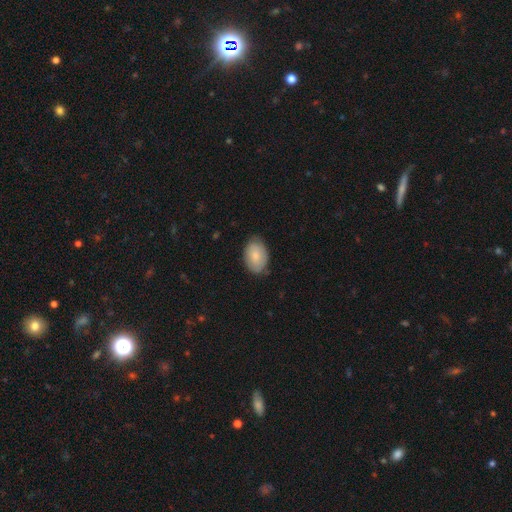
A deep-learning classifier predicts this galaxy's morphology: The model was most divided on "merging": none: 74%, minor disturbance: 22%, major disturbance: 4%, merger: 1%. More confident: how rounded — in between (87%); smooth or featured — smooth (75%).